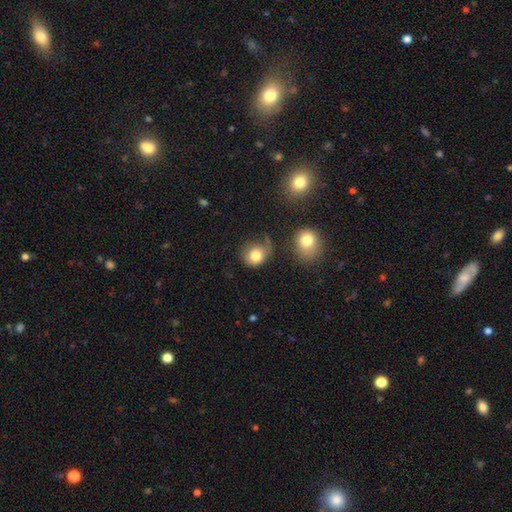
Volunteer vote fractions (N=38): This appears to be a smooth galaxy with no disk features (82%) that is round (84%). Merging: none (39%).